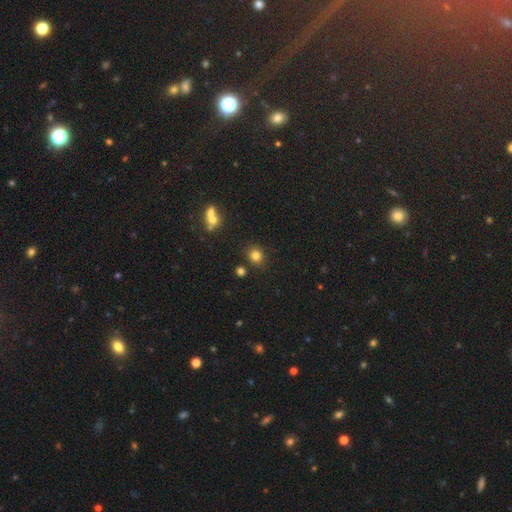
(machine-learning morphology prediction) type=smooth (80%); roundness=round (80%); merging=none (82%).